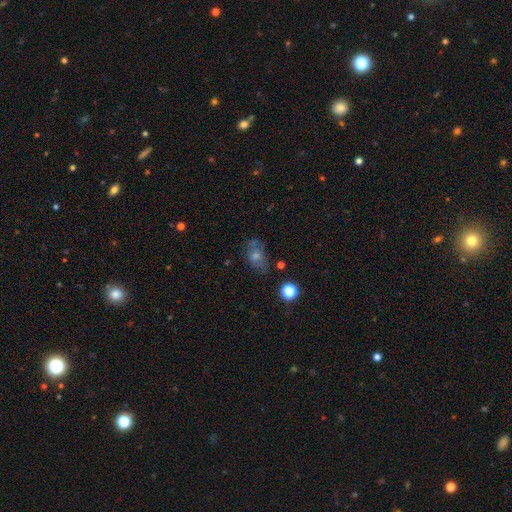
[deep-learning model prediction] smooth_or_featured: smooth (p=0.43) [alt: featured or disk p=0.33]
merging: none (p=0.67) [alt: minor disturbance p=0.20]